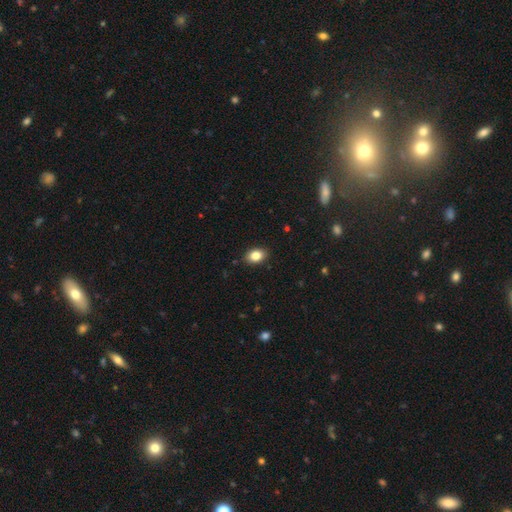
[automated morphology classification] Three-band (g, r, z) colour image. It shows a smooth galaxy with no disk features (84%) that is in between round and cigar-shaped (79%). Merging: none (89%).